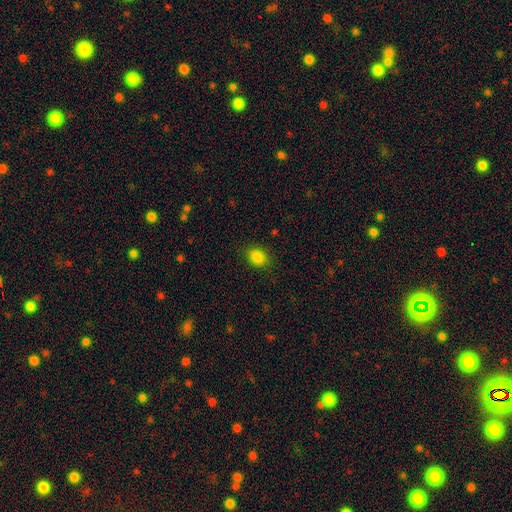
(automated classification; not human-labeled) This is clearly a smooth galaxy (86%). How rounded: possibly in between (51%). Merging: clearly none (87%).